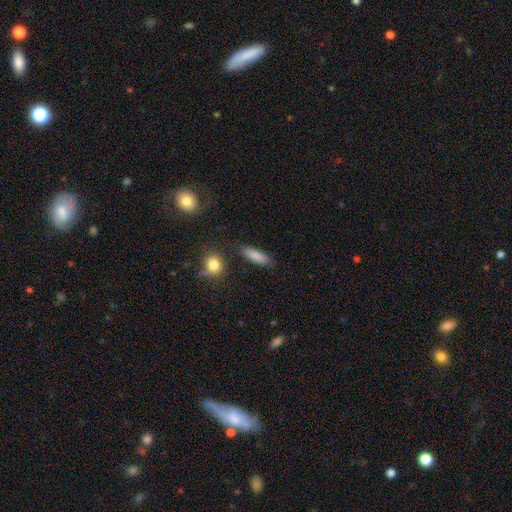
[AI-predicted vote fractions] smooth-or-featured: smooth: 84% | featured or disk: 8% | star or artifact: 8%
  how-rounded: cigar-shaped: 61% | in between: 35% | round: 4%
  merging: none: 85% | minor disturbance: 9% | merger: 3% | major disturbance: 3%